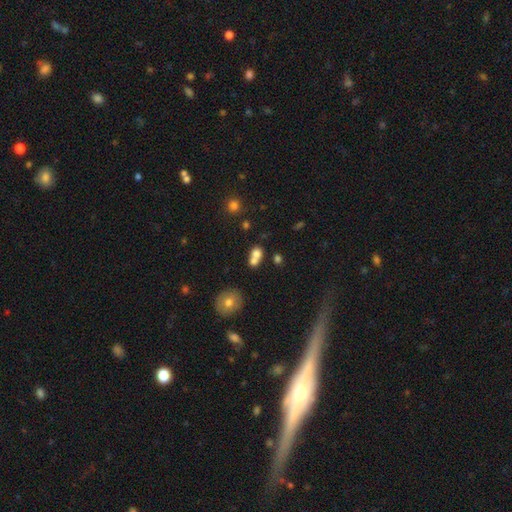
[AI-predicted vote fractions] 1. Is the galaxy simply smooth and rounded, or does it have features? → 73% smooth, 16% featured or disk, 11% star or artifact.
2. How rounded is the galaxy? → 54% round, 45% in between, 2% cigar-shaped.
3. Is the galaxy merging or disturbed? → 62% merger, 27% none, 7% minor disturbance, 4% major disturbance.